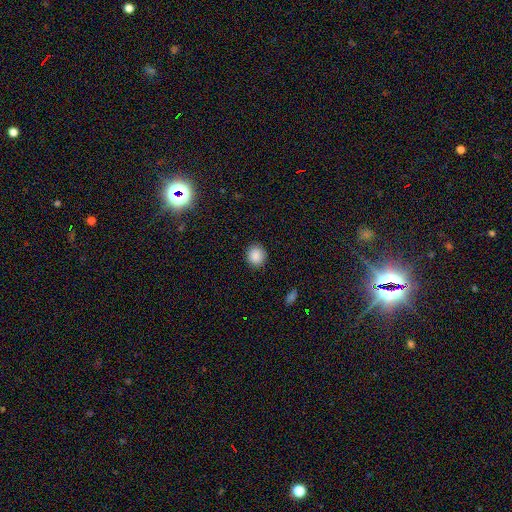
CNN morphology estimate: The model was most divided on "how rounded": round: 86%, in between: 13%, cigar-shaped: 1%. More confident: merging — none (89%); smooth or featured — smooth (87%).